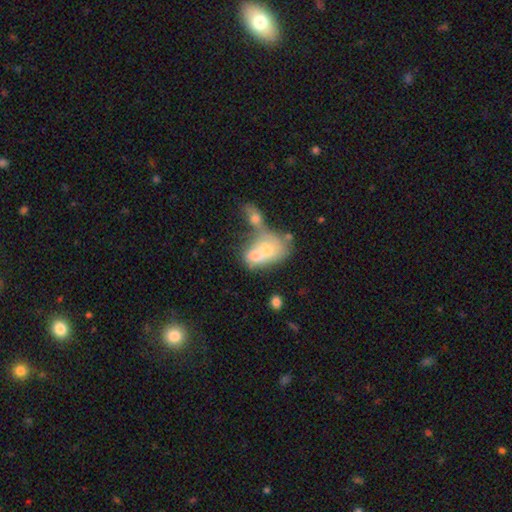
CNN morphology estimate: Q: Smooth or featured?
A: smooth (62%); runner-up: featured or disk (29%)
Q: How rounded?
A: in between (66%); runner-up: round (32%)
Q: Merging?
A: merger (75%); runner-up: none (13%)